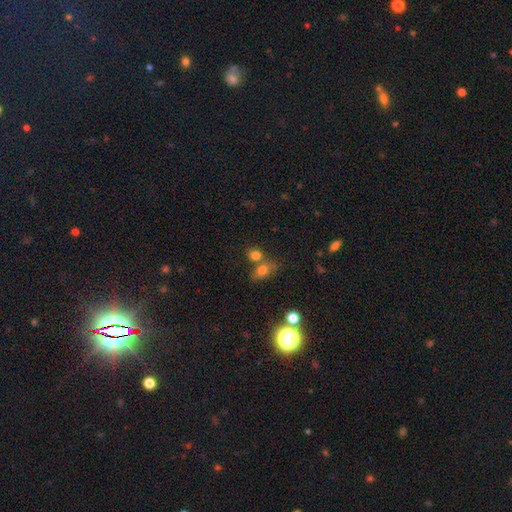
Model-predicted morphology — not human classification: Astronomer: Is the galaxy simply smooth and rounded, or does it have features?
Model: smooth — 77%.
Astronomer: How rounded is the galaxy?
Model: round — 57% (runner-up: in between, 41%).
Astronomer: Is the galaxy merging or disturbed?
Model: none — 49% (runner-up: merger, 37%).